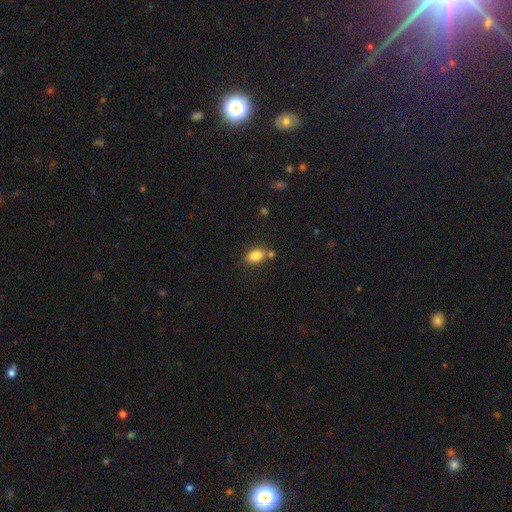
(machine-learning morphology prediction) A smooth galaxy with no disk features (83%) that is in between round and cigar-shaped (81%). Merging: none (64%).